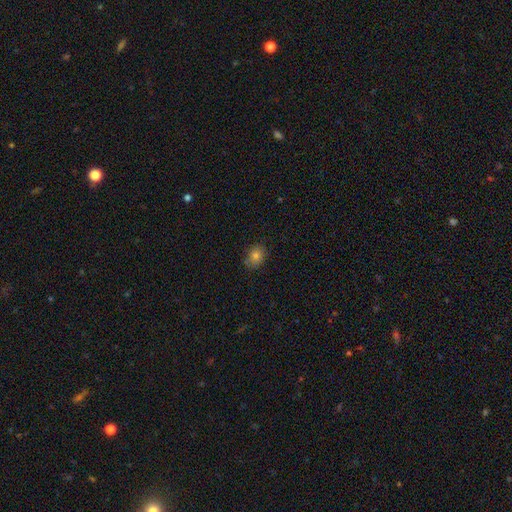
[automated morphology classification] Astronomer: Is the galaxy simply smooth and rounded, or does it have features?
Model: smooth — 77%.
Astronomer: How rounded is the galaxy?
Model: in between — 55% (runner-up: round, 44%).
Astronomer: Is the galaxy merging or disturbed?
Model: none — 80%.